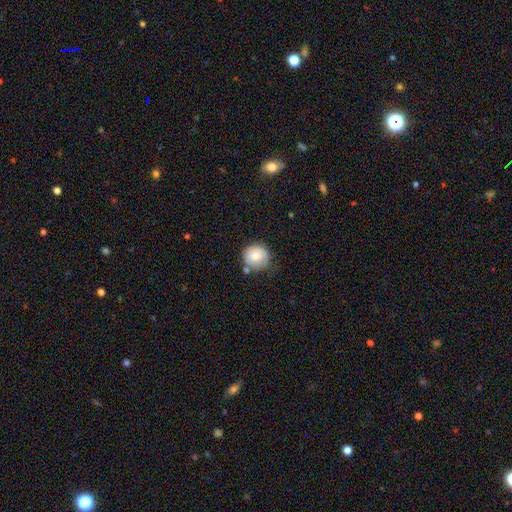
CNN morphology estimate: smooth_or_featured: smooth (p=0.79) [alt: featured or disk p=0.13]
how_rounded: round (p=0.89) [alt: in between p=0.10]
merging: none (p=0.66) [alt: minor disturbance p=0.20]